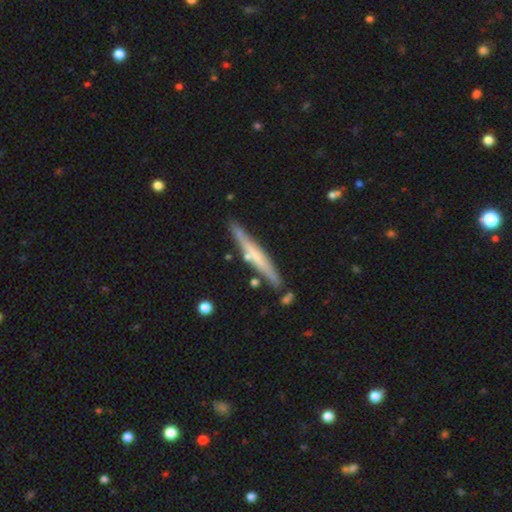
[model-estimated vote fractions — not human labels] smooth-or-featured: featured or disk: 52% | smooth: 42% | star or artifact: 6%
  disk-edge-on: yes: 96% | no: 4%
    edge-on-bulge: none: 61% | rounded: 28% | boxy: 11%
  merging: none: 83% | minor disturbance: 11% | merger: 5% | major disturbance: 2%